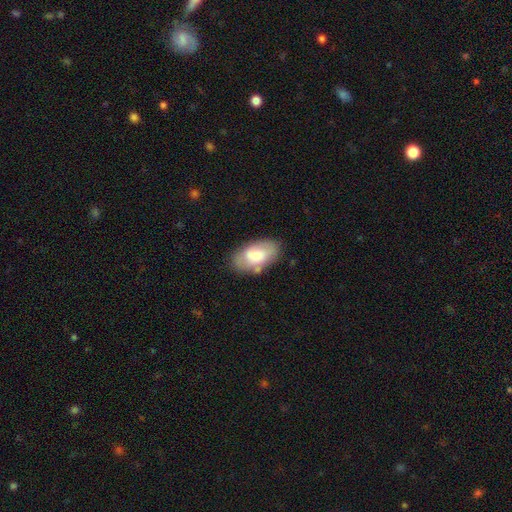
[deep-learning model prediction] smooth 71%, featured or disk 23%, star or artifact 6%. Down the decision tree: how rounded — in between (94%); merging — none (71%).